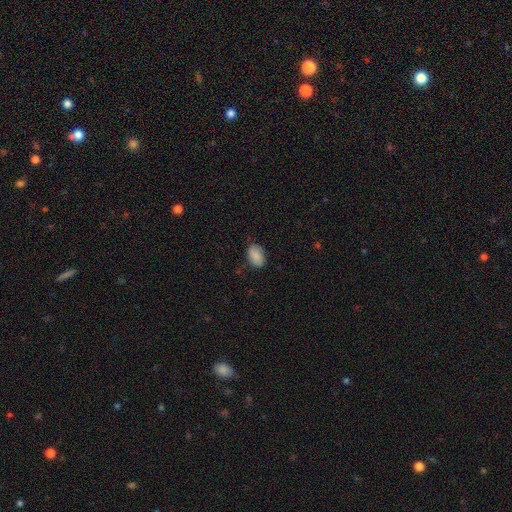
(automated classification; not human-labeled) smooth-or-featured: smooth: 87% | star or artifact: 7% | featured or disk: 6%
  how-rounded: in between: 89% | round: 10% | cigar-shaped: 1%
  merging: none: 72% | minor disturbance: 23% | major disturbance: 4% | merger: 1%